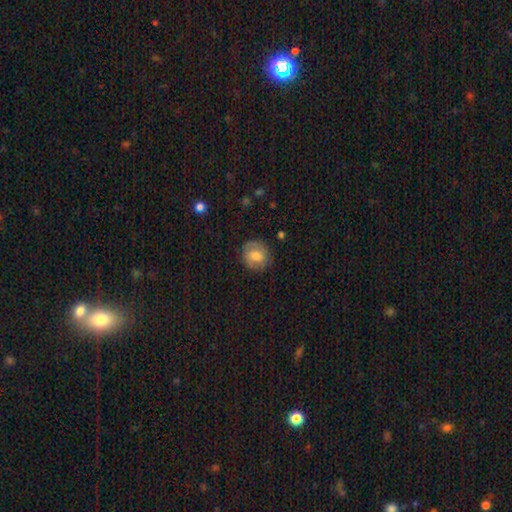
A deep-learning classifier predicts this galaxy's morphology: This is likely a smooth galaxy (70%). How rounded: likely round (79%). Merging: clearly none (80%).